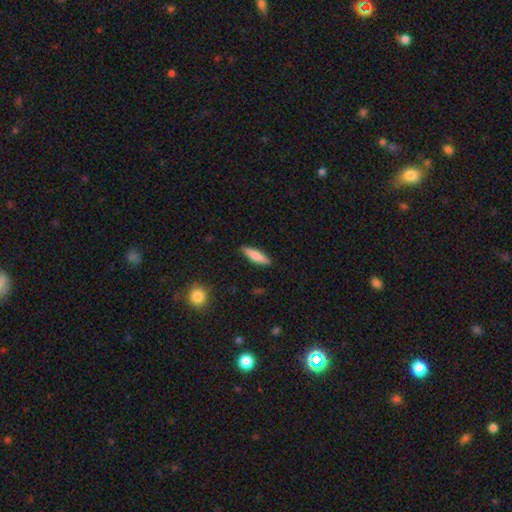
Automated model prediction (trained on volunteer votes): Smooth or featured? smooth (75%)
How rounded? cigar-shaped (70%)
Merging? none (89%)